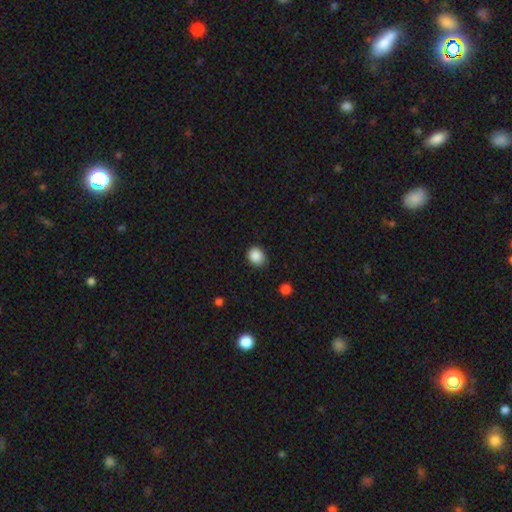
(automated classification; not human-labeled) This is clearly a smooth galaxy (88%). How rounded: likely round (63%). Merging: clearly none (84%).